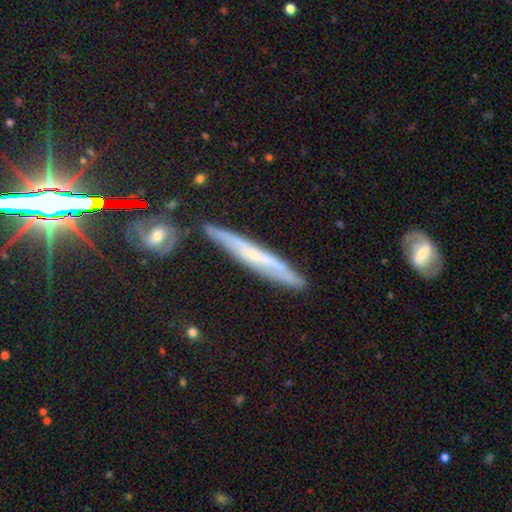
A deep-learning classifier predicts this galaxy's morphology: This appears to be a featured or disk galaxy (58%) viewed edge-on (83%). Merging: none (79%).